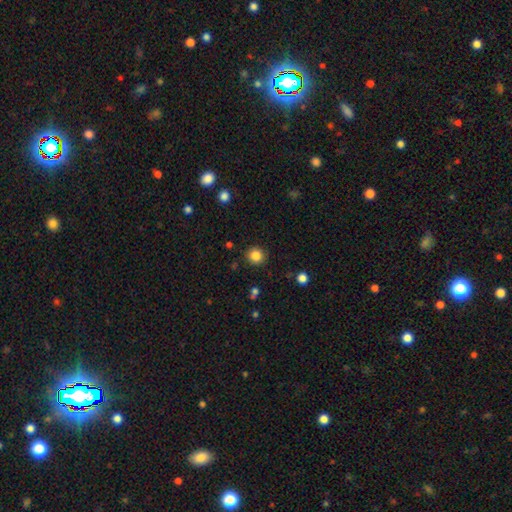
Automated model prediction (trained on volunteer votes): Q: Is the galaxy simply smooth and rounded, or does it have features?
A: smooth — 84%.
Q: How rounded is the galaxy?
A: round — 91%.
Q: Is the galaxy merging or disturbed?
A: none — 90%.